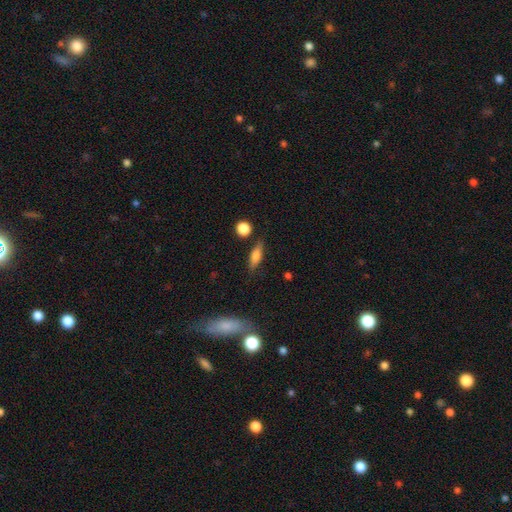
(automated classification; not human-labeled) smooth-or-featured: smooth: 67% | featured or disk: 25% | star or artifact: 8%
  how-rounded: in between: 52% | cigar-shaped: 43% | round: 5%
  merging: none: 80% | minor disturbance: 13% | major disturbance: 4% | merger: 3%